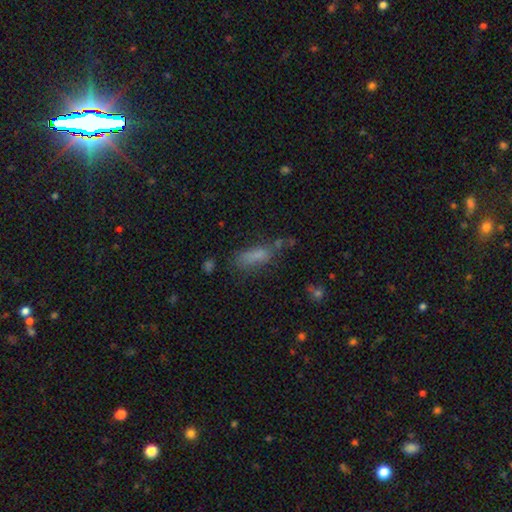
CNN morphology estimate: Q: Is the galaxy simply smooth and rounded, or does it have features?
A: smooth — 74%.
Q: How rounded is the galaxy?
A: in between — 59%.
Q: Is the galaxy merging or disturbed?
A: none — 52%.